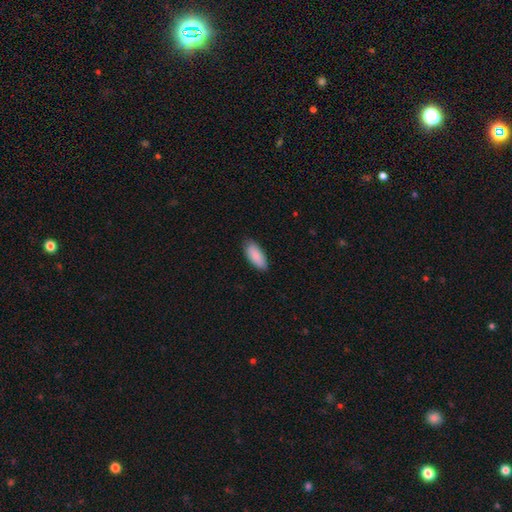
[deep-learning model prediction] smooth_or_featured: smooth (p=0.88) [alt: featured or disk p=0.06]
how_rounded: in between (p=0.83) [alt: cigar-shaped p=0.15]
merging: none (p=0.85) [alt: minor disturbance p=0.12]